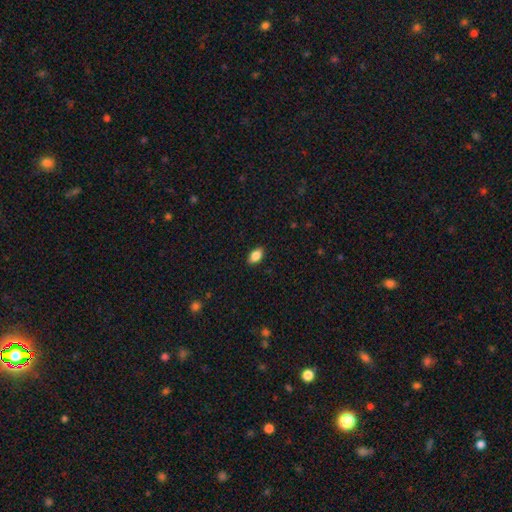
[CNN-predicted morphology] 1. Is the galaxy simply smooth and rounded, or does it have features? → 84% smooth, 8% featured or disk, 8% star or artifact.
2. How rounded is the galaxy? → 90% in between, 6% round, 4% cigar-shaped.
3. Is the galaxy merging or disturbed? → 89% none, 9% minor disturbance, 2% major disturbance, 1% merger.